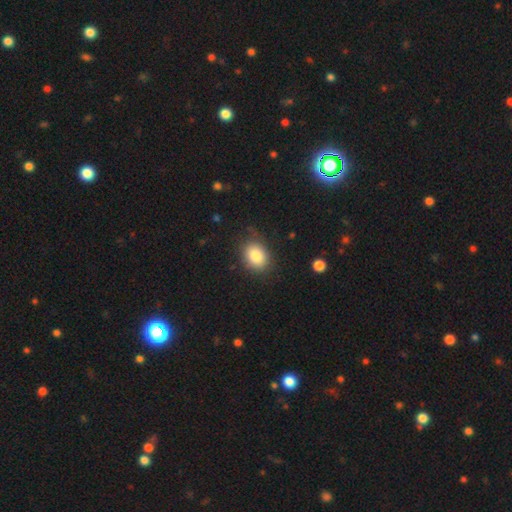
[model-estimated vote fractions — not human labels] Morphology: type=smooth (83%); roundness=in between (59%); merging=none (77%).